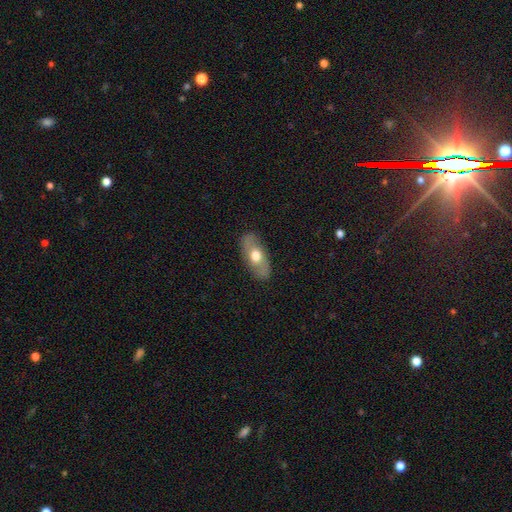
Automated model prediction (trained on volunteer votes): Smooth or featured: smooth — 56% (featured or disk — 38%)
How rounded: in between — 85% (cigar-shaped — 9%)
Merging: none — 85% (minor disturbance — 11%)